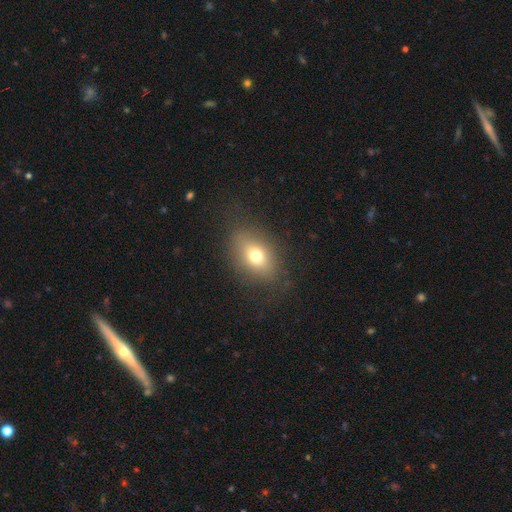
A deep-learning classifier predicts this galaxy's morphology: Q: Smooth or featured?
A: smooth (71%); runner-up: featured or disk (16%)
Q: How rounded?
A: in between (72%); runner-up: round (26%)
Q: Merging?
A: none (79%); runner-up: minor disturbance (13%)